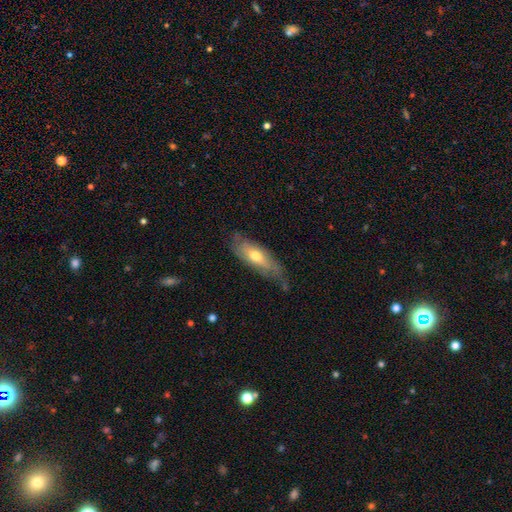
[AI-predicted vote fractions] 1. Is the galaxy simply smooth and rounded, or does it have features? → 51% smooth, 43% featured or disk, 6% star or artifact.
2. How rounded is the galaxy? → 62% in between, 36% cigar-shaped, 2% round.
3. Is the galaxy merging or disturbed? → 55% none, 32% minor disturbance, 10% major disturbance, 2% merger.